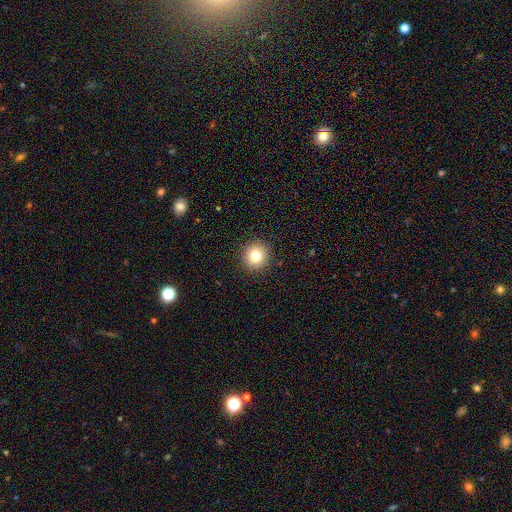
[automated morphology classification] Overall: smooth (80%). How rounded: round (93%). Merging: none (92%).